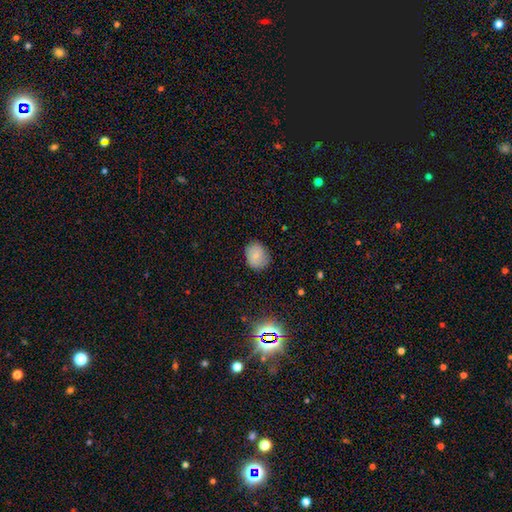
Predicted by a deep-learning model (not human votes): This is likely a smooth galaxy (70%). How rounded: likely round (66%). Merging: clearly none (81%).